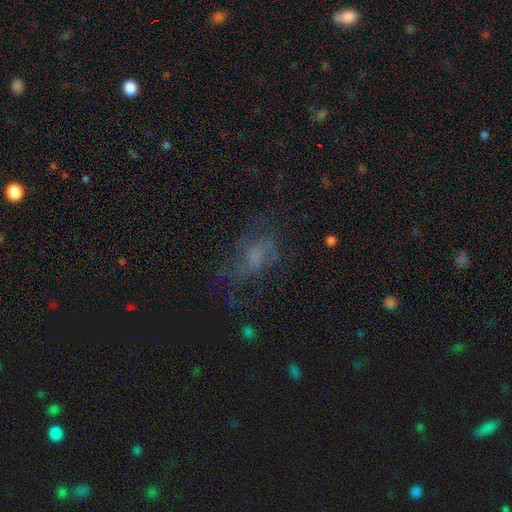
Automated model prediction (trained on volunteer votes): This is marginally a featured or disk galaxy (42%). Merging: possibly none (50%).